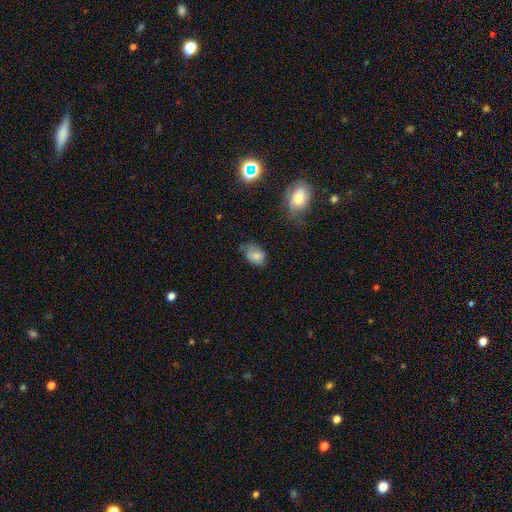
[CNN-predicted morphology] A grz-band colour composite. It shows a smooth galaxy with no disk features (71%) that is in between round and cigar-shaped (81%). Merging: none (48%).